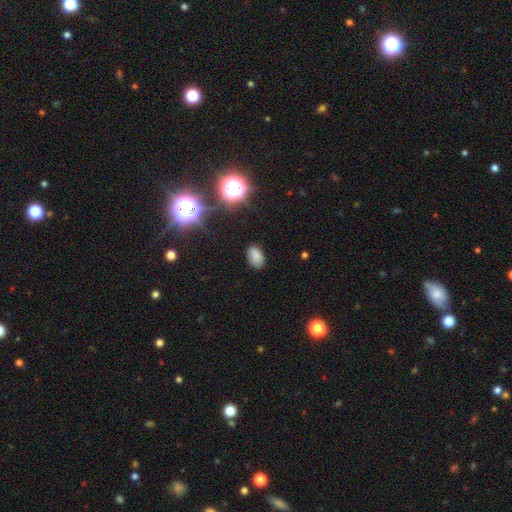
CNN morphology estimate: A smooth galaxy with no disk features (75%) that is in between round and cigar-shaped (88%). Merging: none (78%).